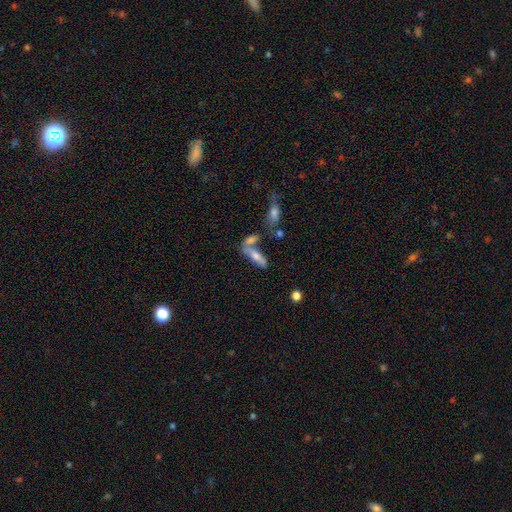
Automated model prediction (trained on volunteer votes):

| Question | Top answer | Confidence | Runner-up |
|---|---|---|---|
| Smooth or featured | smooth | 51% | featured or disk (40%) |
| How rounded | cigar-shaped | 55% | in between (42%) |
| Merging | none | 48% | merger (31%) |